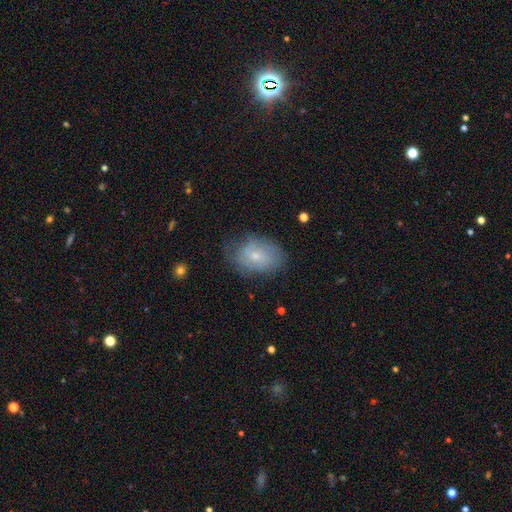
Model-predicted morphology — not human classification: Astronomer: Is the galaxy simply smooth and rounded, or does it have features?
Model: featured or disk — 47% (runner-up: smooth, 43%).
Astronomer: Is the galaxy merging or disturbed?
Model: none — 68%.